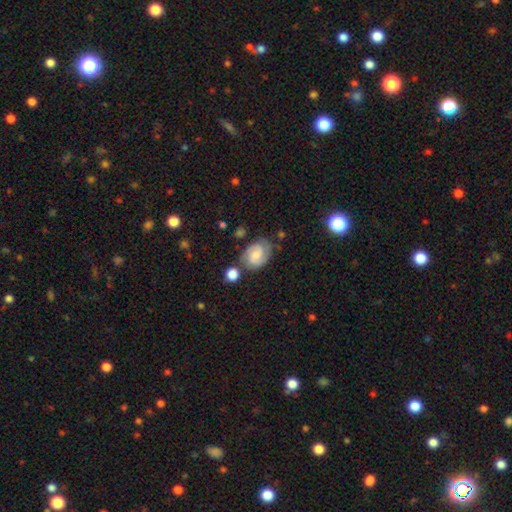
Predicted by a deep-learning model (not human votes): A featured or disk galaxy (57%) with no bar (49%), 2 (80%) tight (44%) spiral arms (90%) and a small central bulge (45%).

Vote fractions:
- Smooth or featured? featured or disk: 57% / smooth: 35% / star or artifact: 8%
- Edge-on disk? no: 97% / yes: 3%
- Bar? no: 49% / weak: 43% / strong: 8%
- Spiral arms? yes: 90% / no: 10%
- Spiral winding? tight: 44% / medium: 43% / loose: 13%
- Spiral arm count? 2: 80% / can't tell: 12% / 3: 3% / 1: 2% / 4: 1% / more than 4: 1%
- Bulge size? small: 45% / moderate: 41% / none: 7% / large: 6% / dominant: 2%
- Merging? none: 66% / minor disturbance: 19% / merger: 9% / major disturbance: 6%